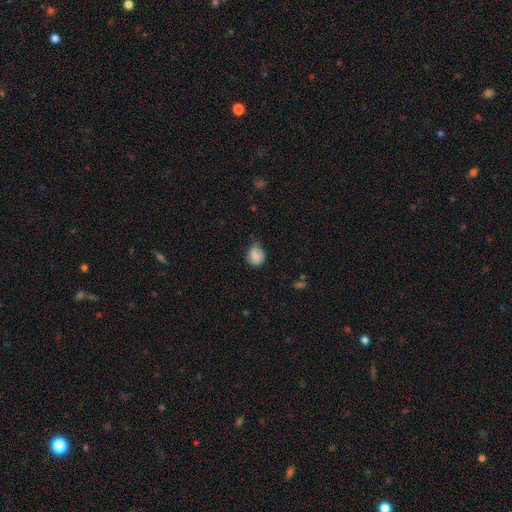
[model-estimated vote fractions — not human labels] Morphology: type=smooth (77%); roundness=round (58%); merging=none (53%).